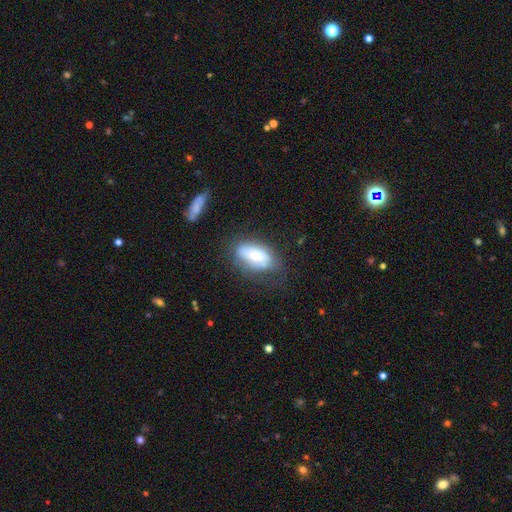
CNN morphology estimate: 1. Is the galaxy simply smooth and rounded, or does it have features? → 61% smooth, 32% featured or disk, 8% star or artifact.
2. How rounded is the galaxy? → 88% in between, 8% cigar-shaped, 4% round.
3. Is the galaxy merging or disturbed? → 53% none, 29% minor disturbance, 14% major disturbance, 3% merger.